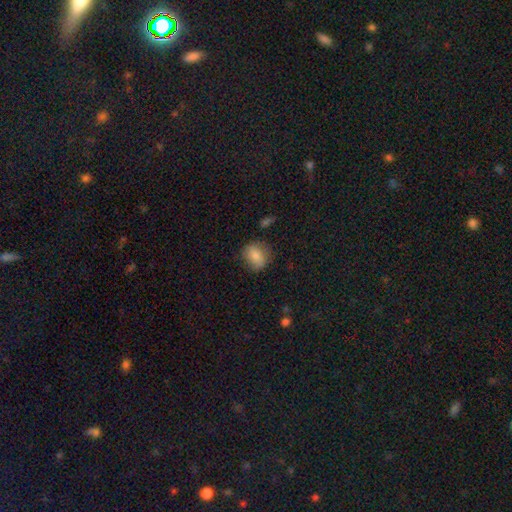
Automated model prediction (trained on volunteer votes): This is likely a smooth galaxy (79%). How rounded: likely round (66%). Merging: likely none (73%).